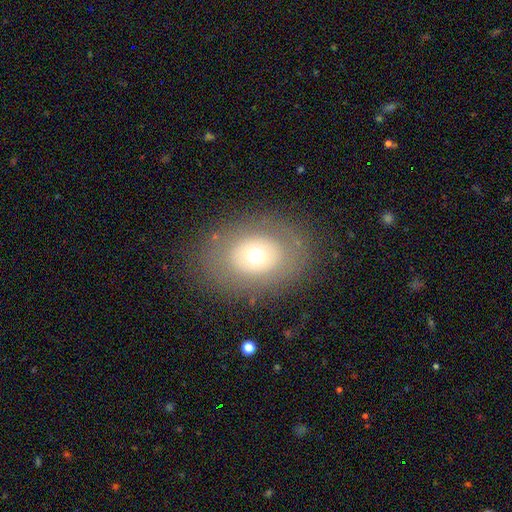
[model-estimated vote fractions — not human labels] A smooth galaxy with no disk features (55%) that is in between round and cigar-shaped (58%).

Vote fractions:
- Smooth or featured? smooth: 55% / featured or disk: 35% / star or artifact: 10%
- How rounded? in between: 58% / round: 41% / cigar-shaped: 1%
- Merging? none: 81% / minor disturbance: 10% / major disturbance: 7% / merger: 1%